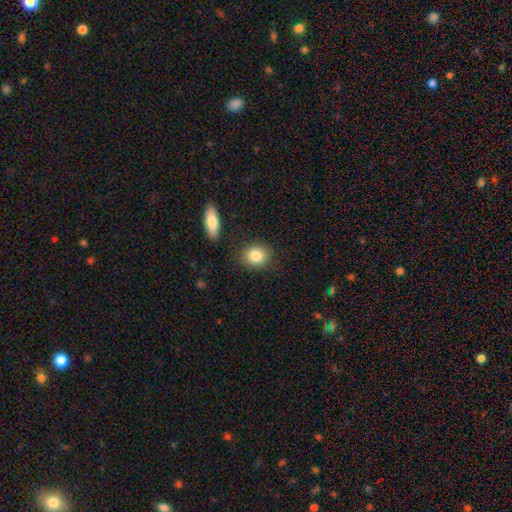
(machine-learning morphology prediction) Smooth or featured? Predicted: smooth (p=0.84). How rounded? Predicted: round (p=0.65). Merging? Predicted: none (p=0.84).